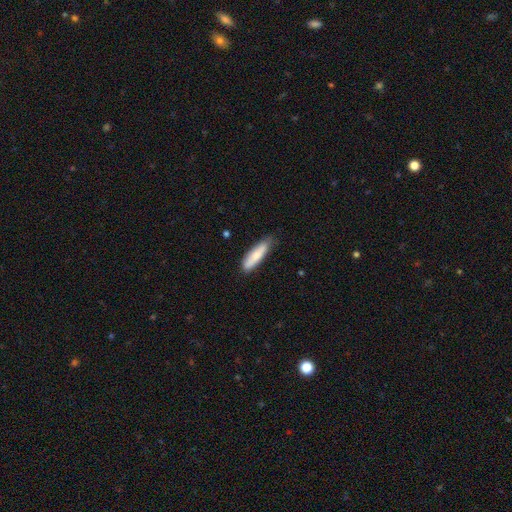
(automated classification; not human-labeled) This appears to be a smooth galaxy with no disk features (77%) that is cigar-shaped (68%). Merging: none (77%).